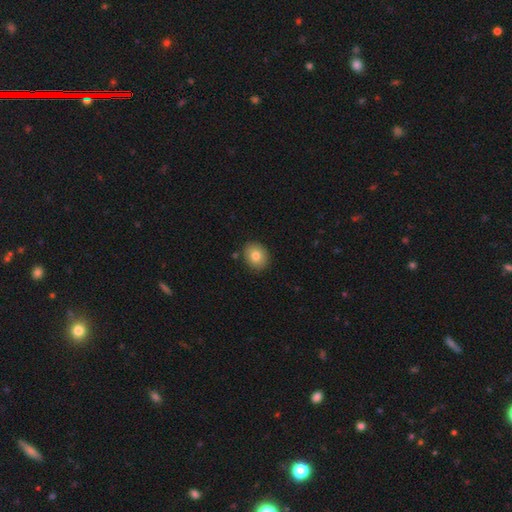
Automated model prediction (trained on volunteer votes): The model was most divided on "how rounded": round: 56%, in between: 43%, cigar-shaped: 1%. More confident: merging — none (87%); smooth or featured — smooth (81%).